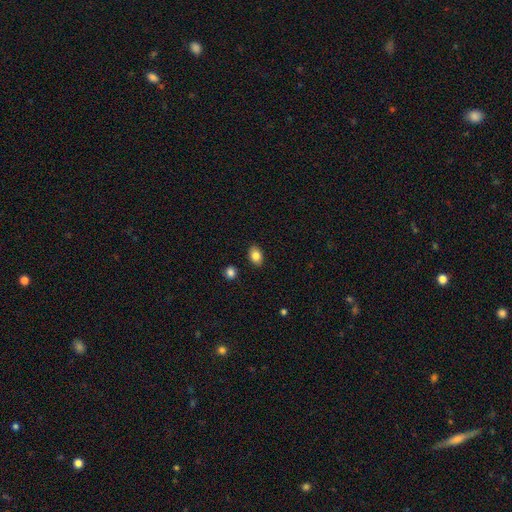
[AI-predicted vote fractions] This is clearly a smooth galaxy (85%). How rounded: clearly in between (82%). Merging: clearly none (87%).